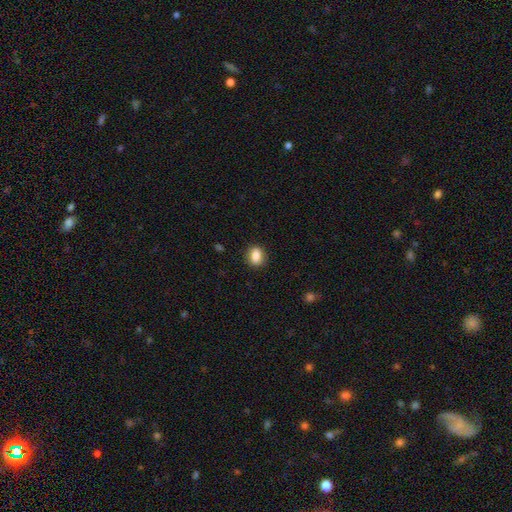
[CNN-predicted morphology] smooth-or-featured: smooth: 85% | star or artifact: 8% | featured or disk: 7%
  how-rounded: in between: 61% | round: 37% | cigar-shaped: 2%
  merging: none: 86% | minor disturbance: 10% | major disturbance: 3% | merger: 1%